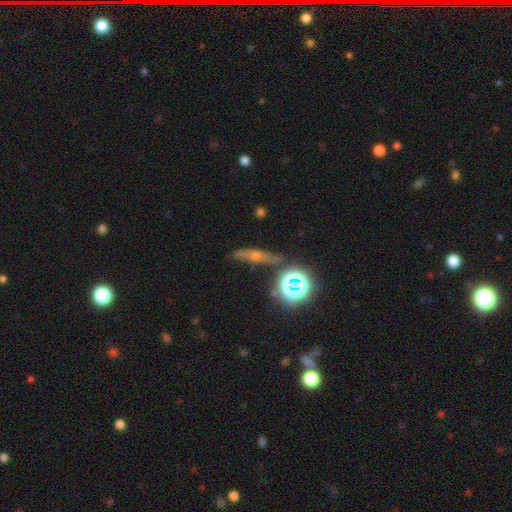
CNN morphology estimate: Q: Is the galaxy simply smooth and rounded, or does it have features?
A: featured or disk — 45%.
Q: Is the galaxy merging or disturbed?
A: none — 77%.